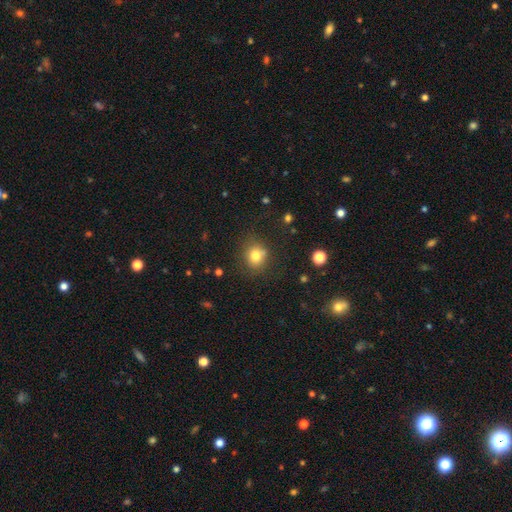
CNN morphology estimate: Smooth or featured? Predicted: smooth (p=0.78). How rounded? Predicted: round (p=0.77). Merging? Predicted: none (p=0.73).